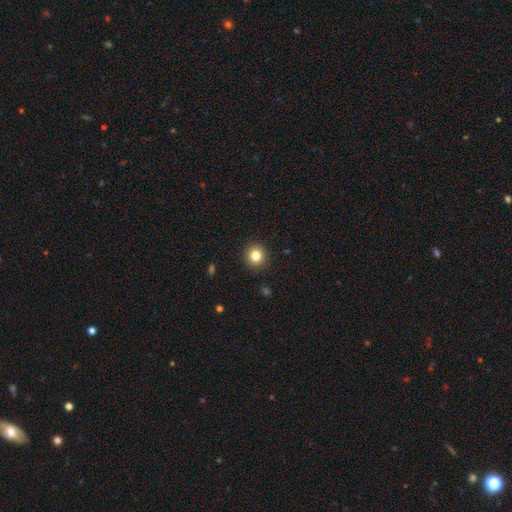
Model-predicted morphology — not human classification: Q: Smooth or featured?
A: smooth (83%); runner-up: star or artifact (11%)
Q: How rounded?
A: round (91%); runner-up: in between (8%)
Q: Merging?
A: none (92%); runner-up: minor disturbance (5%)